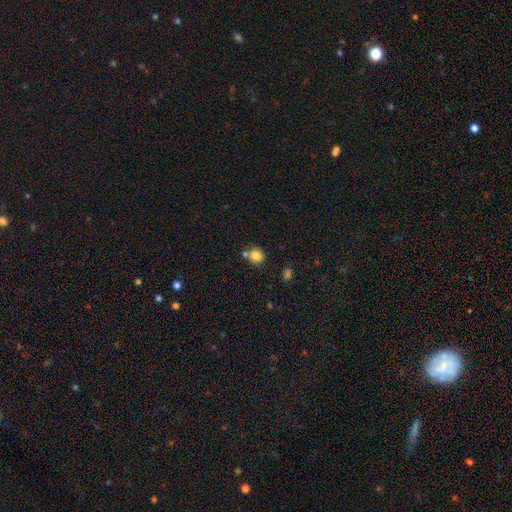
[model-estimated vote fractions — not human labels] Smooth or featured? smooth (82%)
How rounded? round (77%)
Merging? none (62%)